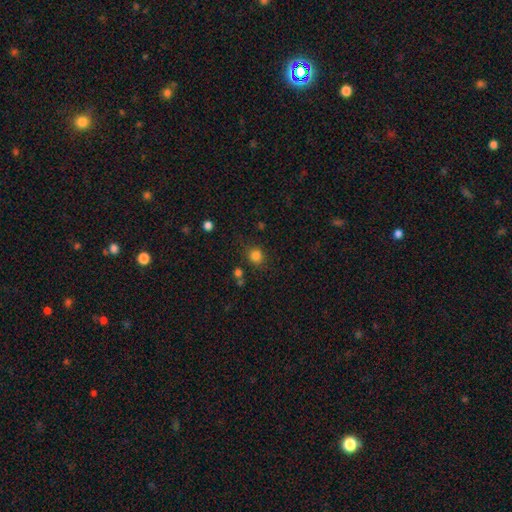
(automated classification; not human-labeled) smooth 82%, star or artifact 13%, featured or disk 5%. Down the decision tree: how rounded — round (87%); merging — none (81%).